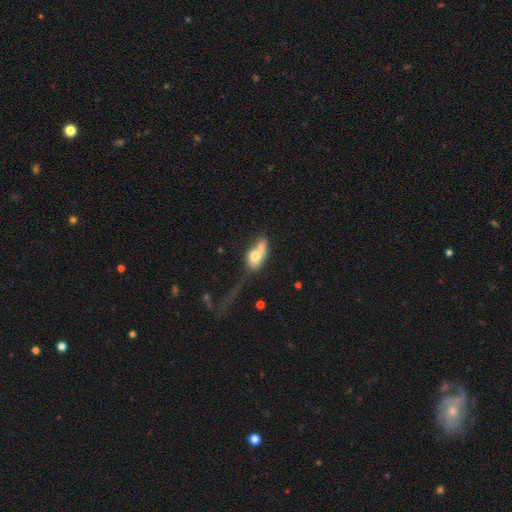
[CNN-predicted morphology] A smooth galaxy with no disk features (62%) that is in between round and cigar-shaped (74%). Merging: merger (55%).